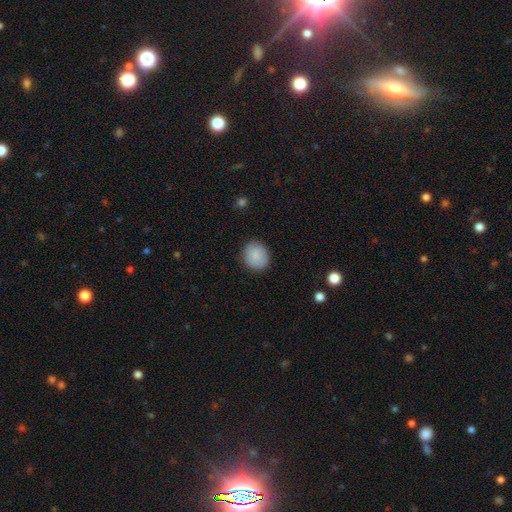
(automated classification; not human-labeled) A smooth galaxy with no disk features (87%) that is round (81%).

Vote fractions:
- Smooth or featured? smooth: 87% / star or artifact: 7% / featured or disk: 5%
- How rounded? round: 81% / in between: 18% / cigar-shaped: 1%
- Merging? none: 88% / minor disturbance: 9% / major disturbance: 2% / merger: 1%